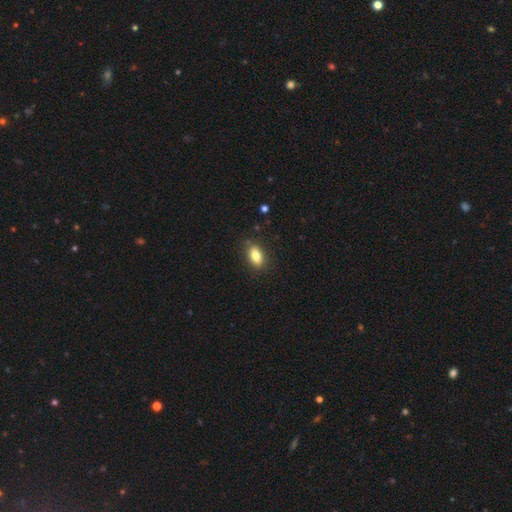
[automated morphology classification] smooth_or_featured: smooth (p=0.82) [alt: featured or disk p=0.09]
how_rounded: in between (p=0.87) [alt: round p=0.09]
merging: none (p=0.84) [alt: minor disturbance p=0.12]